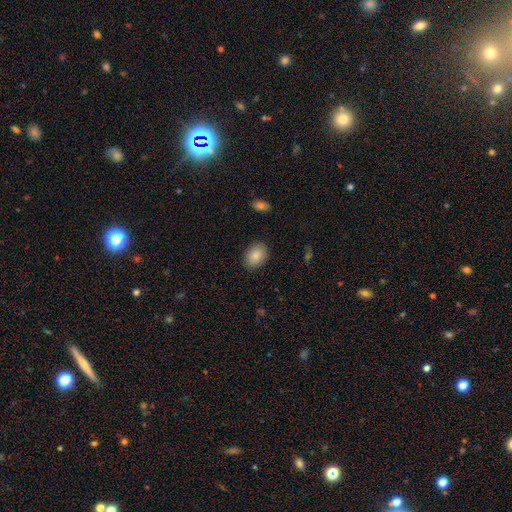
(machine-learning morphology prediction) Q: Smooth or featured?
A: smooth (88%); runner-up: star or artifact (7%)
Q: How rounded?
A: in between (74%); runner-up: round (25%)
Q: Merging?
A: none (86%); runner-up: minor disturbance (10%)